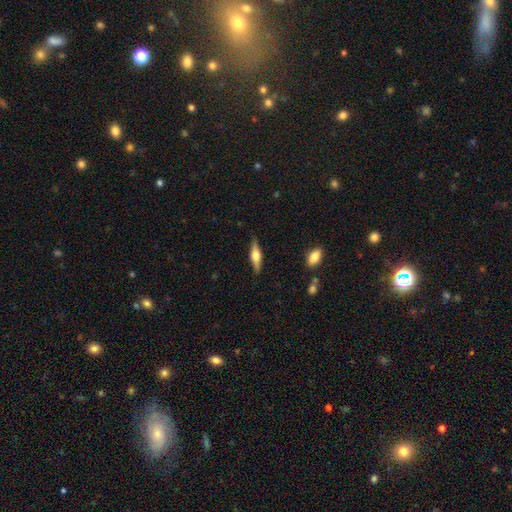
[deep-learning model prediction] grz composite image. It shows a featured or disk galaxy (65%) viewed edge-on (96%) with a rounded central bulge (91%). Merging: none (87%).